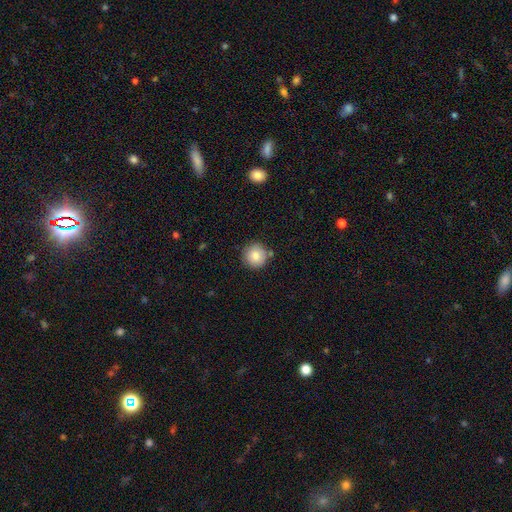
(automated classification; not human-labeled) Morphology: type=smooth (82%); roundness=round (95%); merging=none (82%).